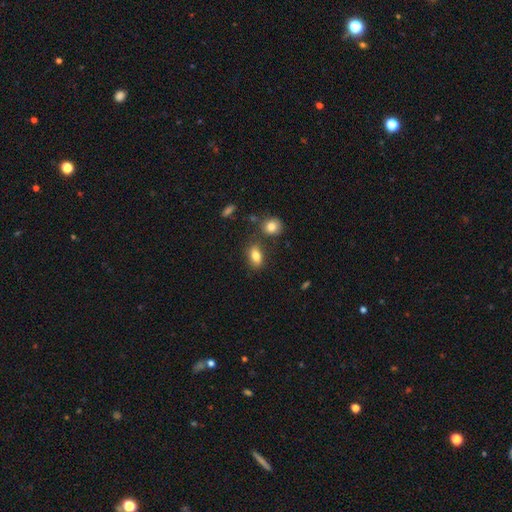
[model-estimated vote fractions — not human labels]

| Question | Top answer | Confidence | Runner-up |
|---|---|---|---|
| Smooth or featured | smooth | 82% | star or artifact (9%) |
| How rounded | in between | 86% | round (10%) |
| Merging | none | 73% | minor disturbance (14%) |